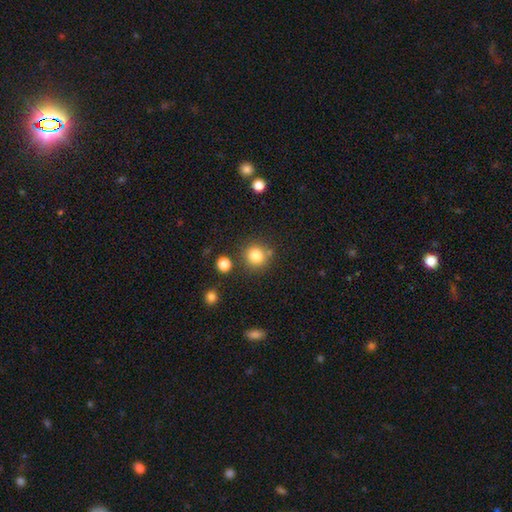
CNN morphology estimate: This appears to be a smooth galaxy with no disk features (82%) that is round (90%). Merging: none (78%).